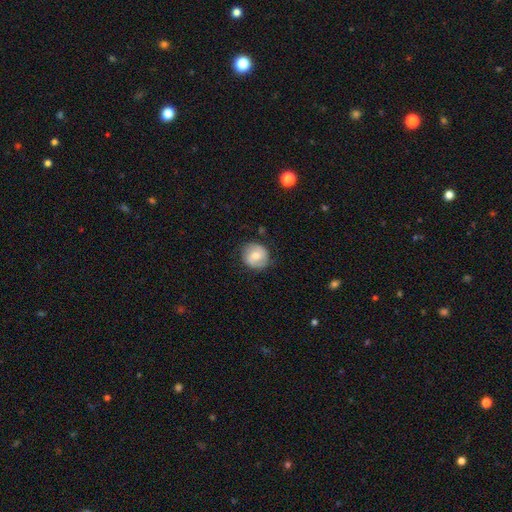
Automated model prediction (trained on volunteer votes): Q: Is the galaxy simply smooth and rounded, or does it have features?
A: featured or disk — 50%.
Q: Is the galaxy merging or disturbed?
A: none — 79%.